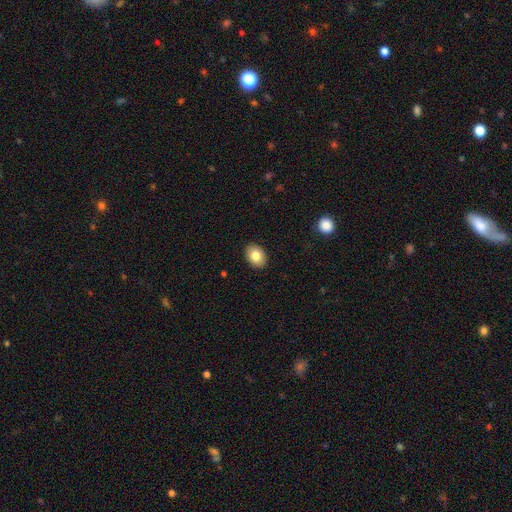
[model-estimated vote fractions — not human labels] This appears to be a smooth galaxy with no disk features (83%) that is in between round and cigar-shaped (69%). Merging: none (91%).